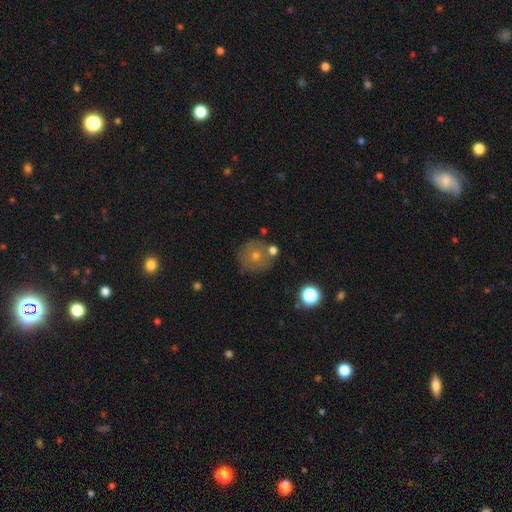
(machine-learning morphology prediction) This is possibly a smooth galaxy (57%). How rounded: clearly round (92%). Merging: likely none (75%).